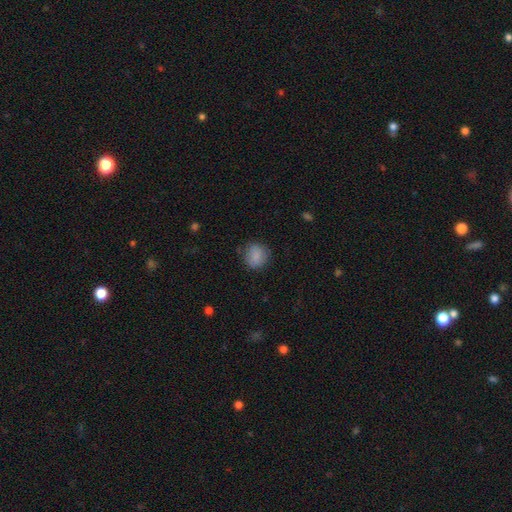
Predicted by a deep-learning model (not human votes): Overall: smooth (85%). How rounded: round (82%). Merging: none (79%).